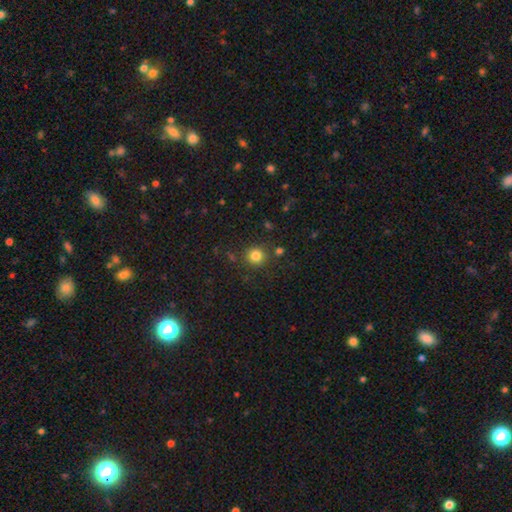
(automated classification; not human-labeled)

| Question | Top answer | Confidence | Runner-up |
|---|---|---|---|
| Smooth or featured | smooth | 82% | star or artifact (13%) |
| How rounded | round | 92% | in between (7%) |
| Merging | none | 84% | minor disturbance (9%) |